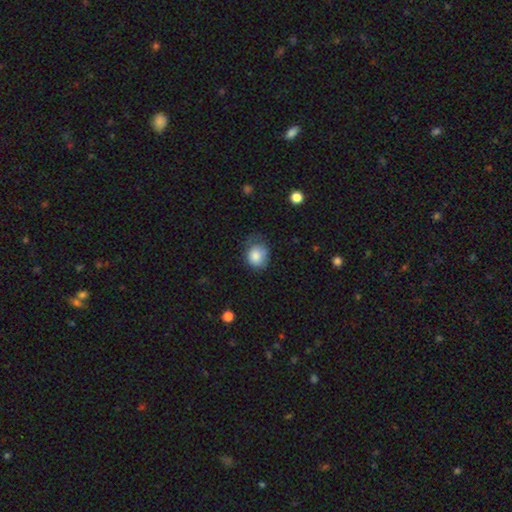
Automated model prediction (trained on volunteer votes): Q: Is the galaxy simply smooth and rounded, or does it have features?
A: smooth — 82%.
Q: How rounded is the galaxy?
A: round — 63%.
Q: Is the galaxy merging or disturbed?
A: none — 47%.